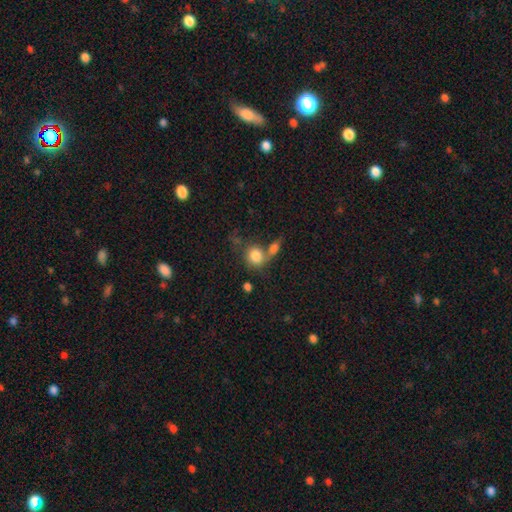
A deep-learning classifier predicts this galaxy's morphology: Smooth or featured? smooth (81%)
How rounded? round (68%)
Merging? merger (45%)